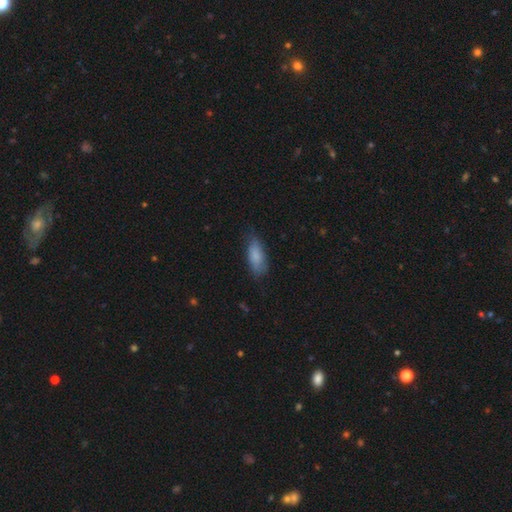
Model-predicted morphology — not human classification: This is clearly a smooth galaxy (84%). How rounded: likely in between (78%). Merging: likely none (70%).